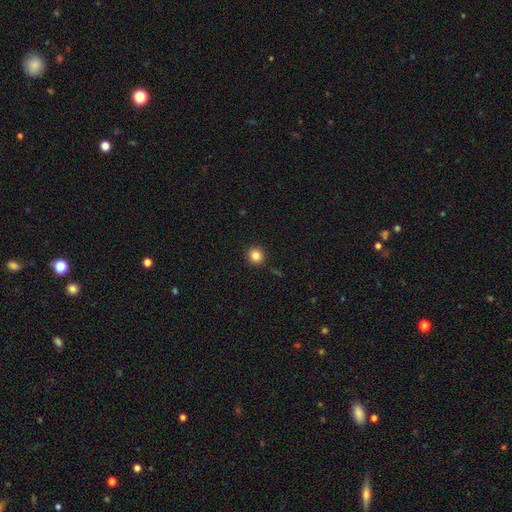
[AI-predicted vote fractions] smooth 83%, star or artifact 11%, featured or disk 6%. Down the decision tree: how rounded — round (93%); merging — none (92%).